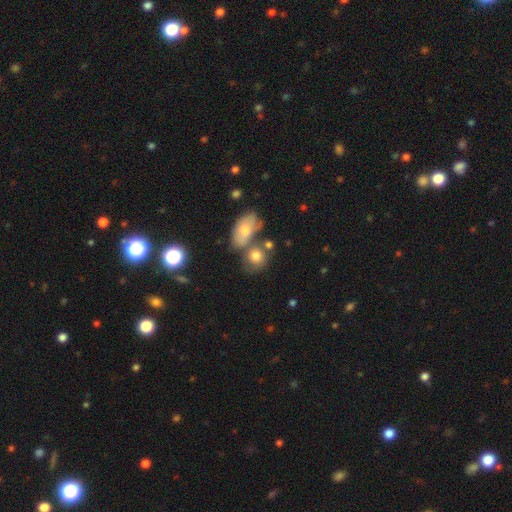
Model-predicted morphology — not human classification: This appears to be a smooth galaxy with no disk features (75%) that is round (65%). Merging: none (46%).